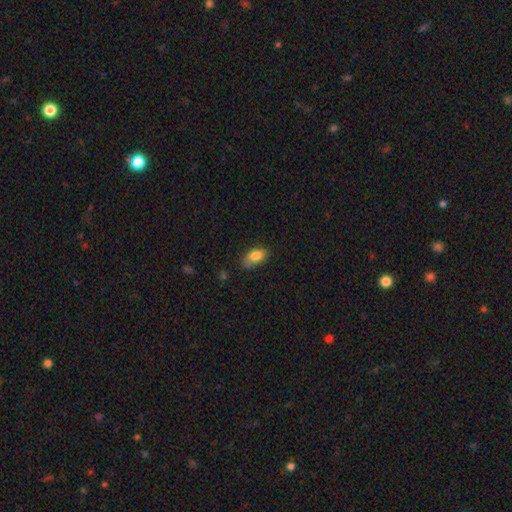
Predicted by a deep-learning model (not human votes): Smooth or featured?
  - smooth: 81% *
  - featured or disk: 10%
  - star or artifact: 8%
How rounded?
  - in between: 89% *
  - round: 8%
  - cigar-shaped: 3%
Merging?
  - none: 55% *
  - minor disturbance: 31%
  - major disturbance: 9%
  - merger: 4%